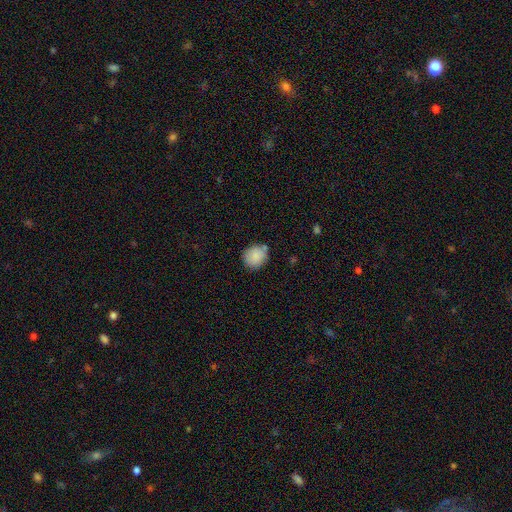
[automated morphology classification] This appears to be a smooth galaxy with no disk features (87%) that is round (78%). Merging: none (75%).